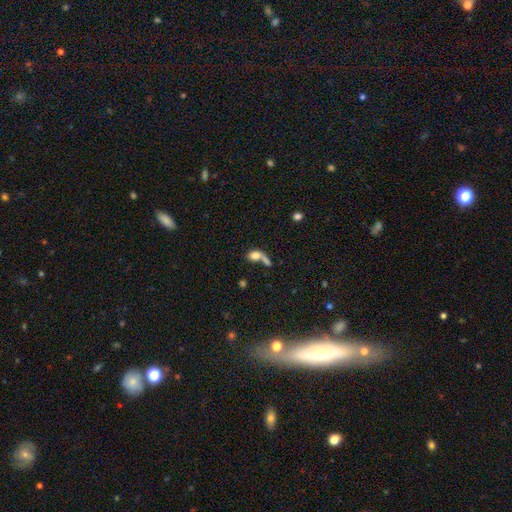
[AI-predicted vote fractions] smooth-or-featured: smooth: 72% | featured or disk: 18% | star or artifact: 10%
  how-rounded: in between: 70% | round: 23% | cigar-shaped: 7%
  merging: merger: 45% | none: 26% | major disturbance: 18% | minor disturbance: 11%